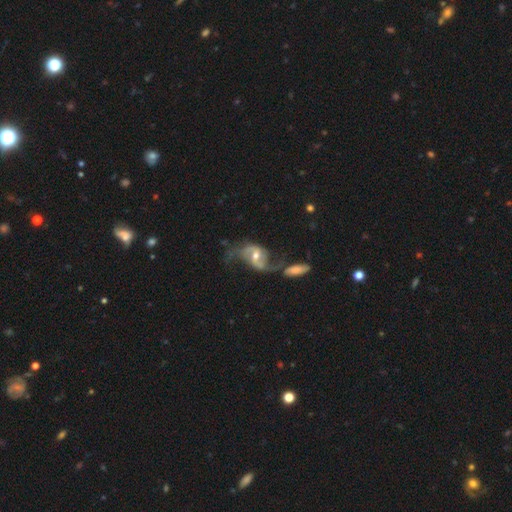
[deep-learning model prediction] smooth-or-featured: featured or disk: 84% | smooth: 10% | star or artifact: 6%
  disk-edge-on: no: 96% | yes: 4%
    bar: weak: 43% | no: 32% | strong: 24%
    has-spiral-arms: yes: 93% | no: 7%
      spiral-winding: loose: 68% | medium: 25% | tight: 7%
      spiral-arm-count: 2: 89% | can't tell: 4% | 1: 4% | 3: 1% | 4: 1% | more than 4: 1%
    bulge-size: moderate: 64% | small: 29% | large: 5% | none: 2% | dominant: 1%
  merging: none: 41% | merger: 22% | major disturbance: 20% | minor disturbance: 18%